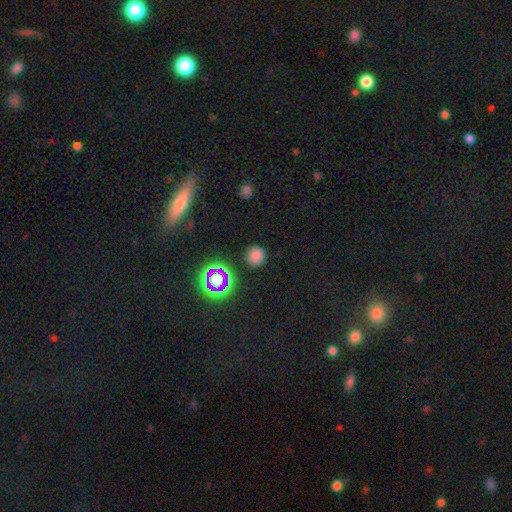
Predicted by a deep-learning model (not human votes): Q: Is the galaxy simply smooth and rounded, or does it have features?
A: smooth — 73%.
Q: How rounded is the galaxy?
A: round — 93%.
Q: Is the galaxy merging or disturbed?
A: none — 89%.